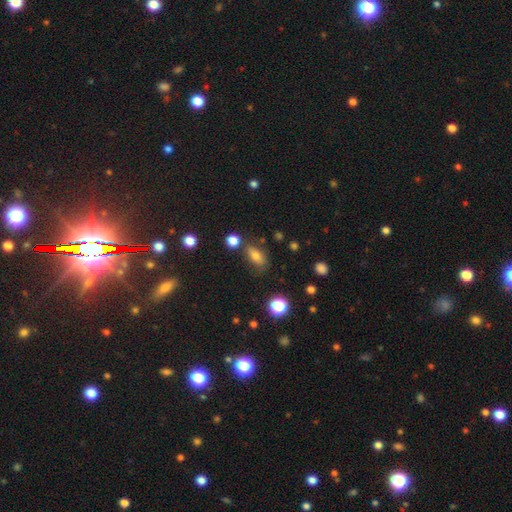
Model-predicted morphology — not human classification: A smooth galaxy with no disk features (72%) that is in between round and cigar-shaped (77%). Merging: none (69%).